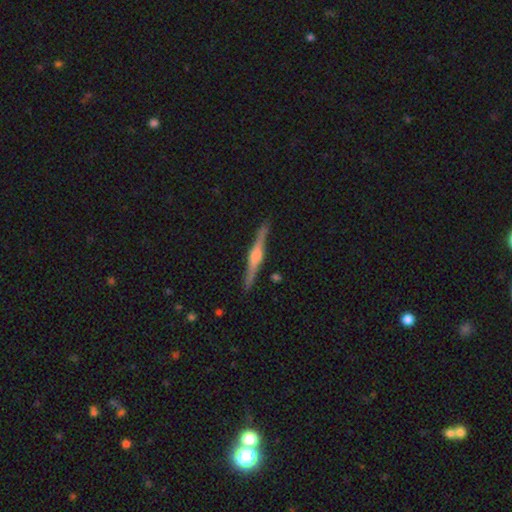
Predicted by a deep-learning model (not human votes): The model was most divided on "edge-on bulge": rounded: 80%, boxy: 16%, none: 5%. More confident: edge-on disk — yes (98%); merging — none (89%); smooth or featured — featured or disk (80%).